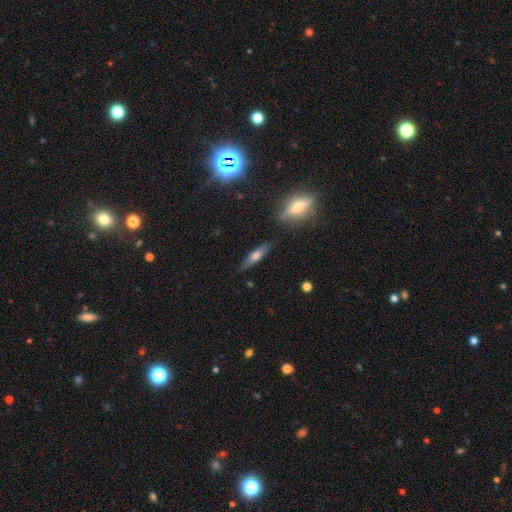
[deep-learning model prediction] This is possibly a smooth galaxy (52%). How rounded: likely cigar-shaped (69%). Merging: clearly none (82%).